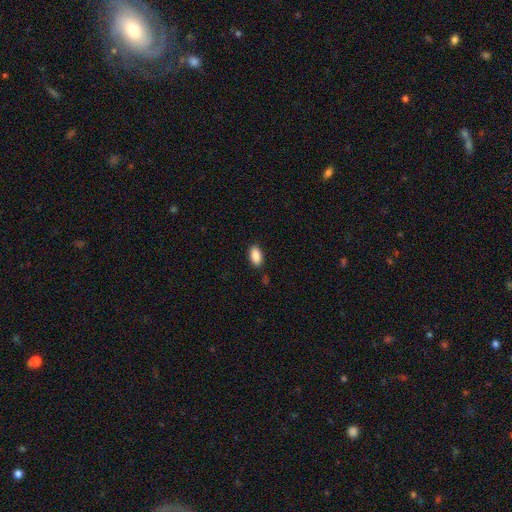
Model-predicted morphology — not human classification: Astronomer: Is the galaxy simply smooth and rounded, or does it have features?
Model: smooth — 88%.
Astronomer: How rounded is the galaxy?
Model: in between — 91%.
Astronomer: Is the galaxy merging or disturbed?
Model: none — 85%.